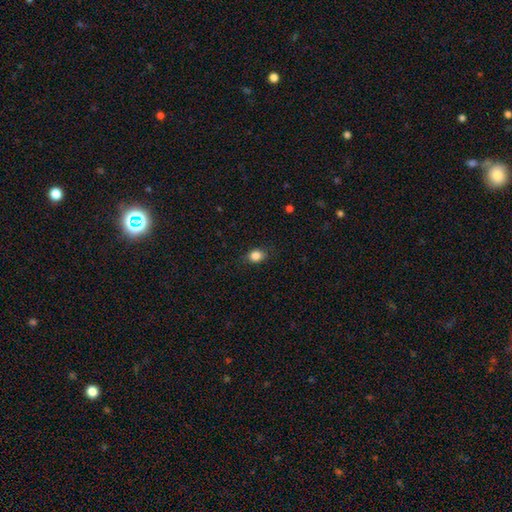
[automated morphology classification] This is clearly a smooth galaxy (85%). How rounded: possibly round (52%). Merging: clearly none (84%).